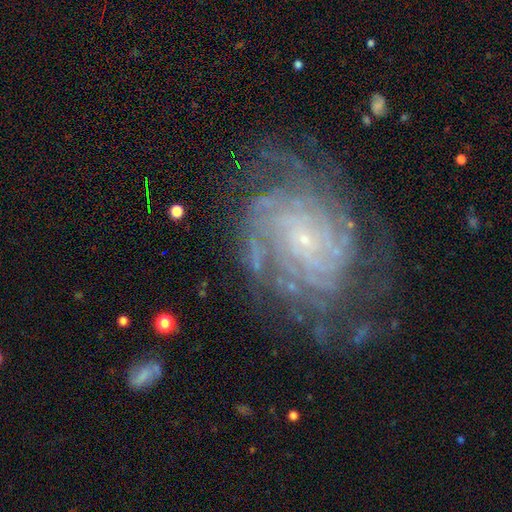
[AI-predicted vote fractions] Q: Smooth or featured?
A: featured or disk (87%); runner-up: star or artifact (7%)
Q: Edge-on disk?
A: no (97%); runner-up: yes (3%)
Q: Bar?
A: no (74%); runner-up: weak (20%)
Q: Spiral arms?
A: yes (97%); runner-up: no (3%)
Q: Spiral winding?
A: tight (74%); runner-up: medium (21%)
Q: Spiral arm count?
A: more than 4 (28%); runner-up: can't tell (25%)
Q: Bulge size?
A: small (88%); runner-up: moderate (7%)
Q: Merging?
A: none (69%); runner-up: minor disturbance (18%)